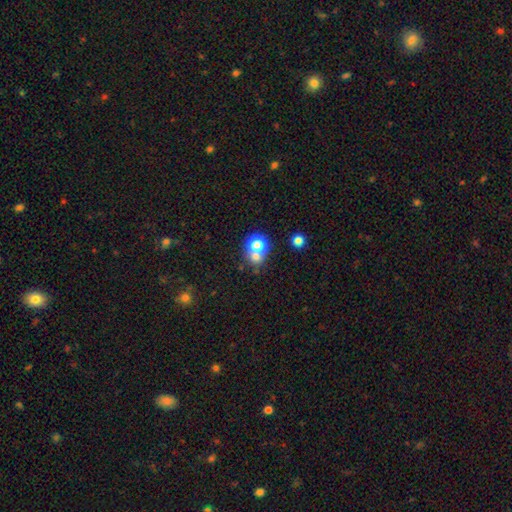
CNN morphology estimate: A smooth galaxy with no disk features (69%) that is round (77%). Merging: merger (52%).